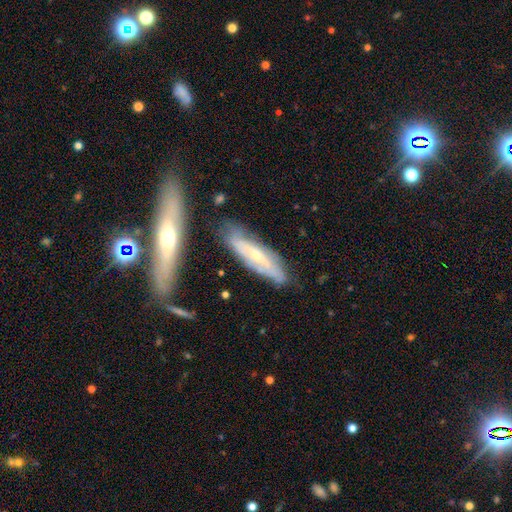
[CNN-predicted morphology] Smooth or featured?
  - featured or disk: 65% *
  - smooth: 28%
  - star or artifact: 6%
Edge-on disk?
  - no: 59% *
  - yes: 41%
Merging?
  - none: 72% *
  - minor disturbance: 18%
  - merger: 5%
  - major disturbance: 5%